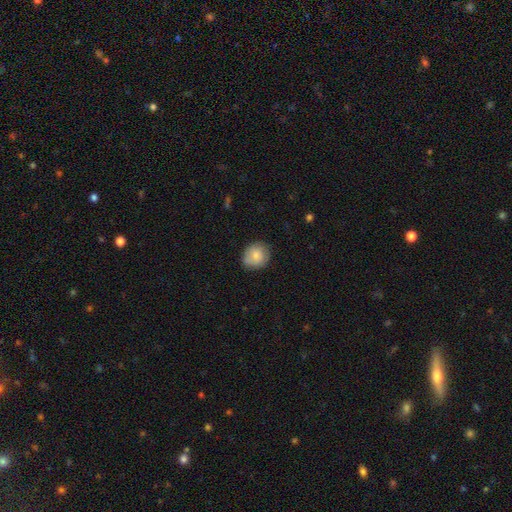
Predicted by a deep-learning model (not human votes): Smooth or featured: smooth — 79% (featured or disk — 14%)
How rounded: round — 78% (in between — 22%)
Merging: none — 80% (minor disturbance — 16%)